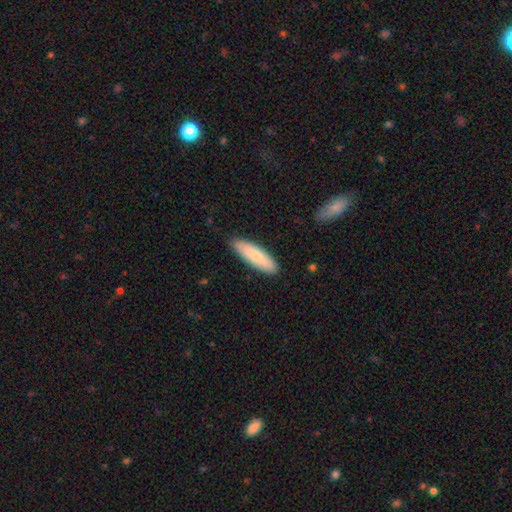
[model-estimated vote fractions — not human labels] Smooth or featured: smooth — 79% (featured or disk — 16%)
How rounded: cigar-shaped — 56% (in between — 42%)
Merging: none — 86% (minor disturbance — 11%)